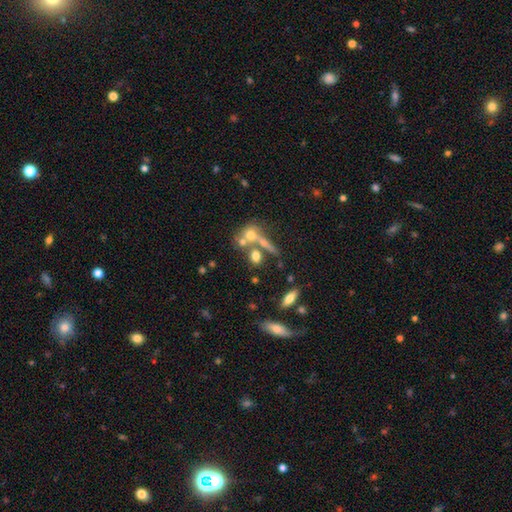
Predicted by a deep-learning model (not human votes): This is likely a smooth galaxy (61%). How rounded: possibly round (48%). Merging: marginally none (44%).